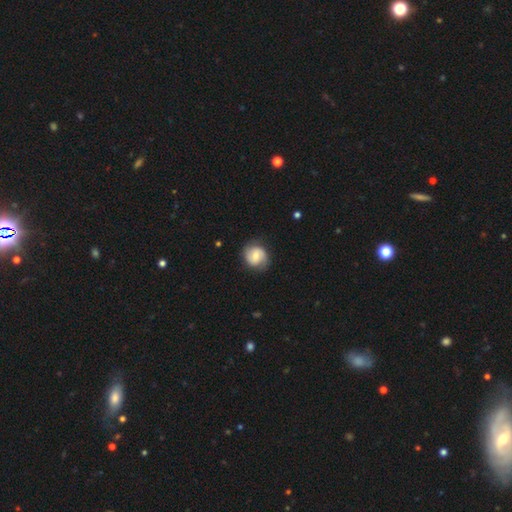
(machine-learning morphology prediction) Q: Smooth or featured?
A: featured or disk (58%); runner-up: smooth (36%)
Q: Edge-on disk?
A: no (98%); runner-up: yes (2%)
Q: Bar?
A: no (46%); runner-up: weak (42%)
Q: Spiral arms?
A: yes (87%); runner-up: no (13%)
Q: Bulge size?
A: moderate (55%); runner-up: small (37%)
Q: Merging?
A: none (79%); runner-up: minor disturbance (15%)